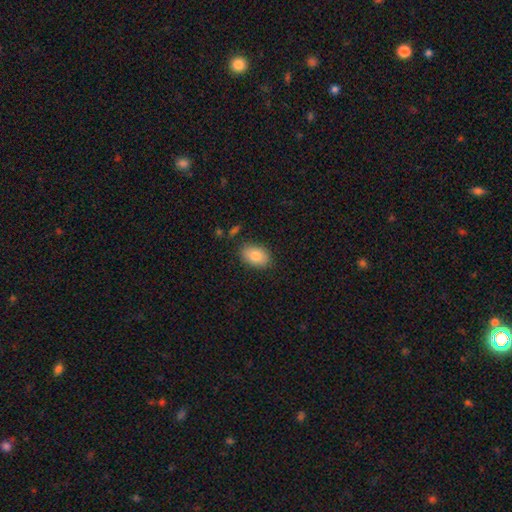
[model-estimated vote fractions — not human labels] This appears to be a smooth galaxy with no disk features (83%) that is in between round and cigar-shaped (86%). Merging: none (84%).